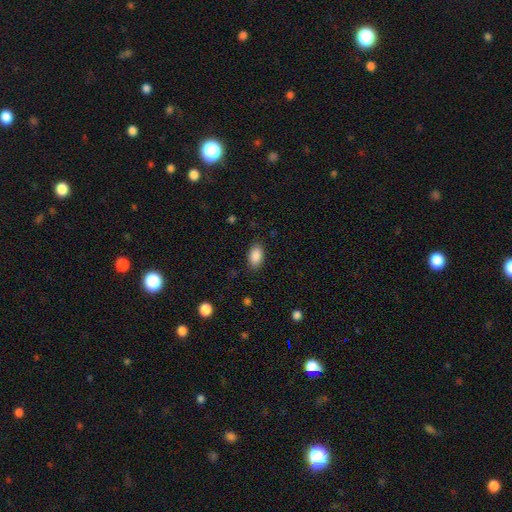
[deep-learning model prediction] This is clearly a smooth galaxy (88%). How rounded: clearly in between (91%). Merging: clearly none (84%).